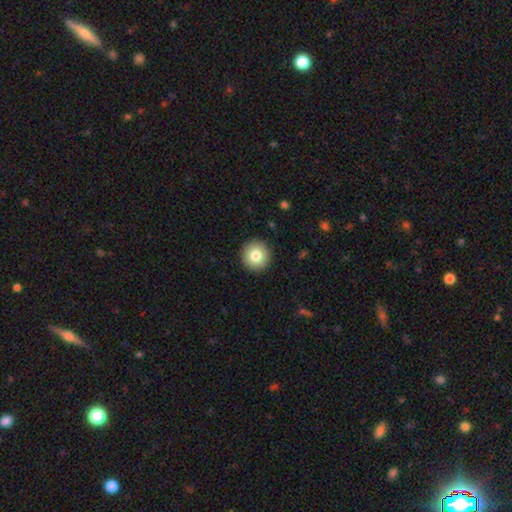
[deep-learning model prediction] Q: Smooth or featured?
A: smooth (81%); runner-up: featured or disk (10%)
Q: How rounded?
A: round (95%); runner-up: in between (4%)
Q: Merging?
A: none (92%); runner-up: minor disturbance (5%)